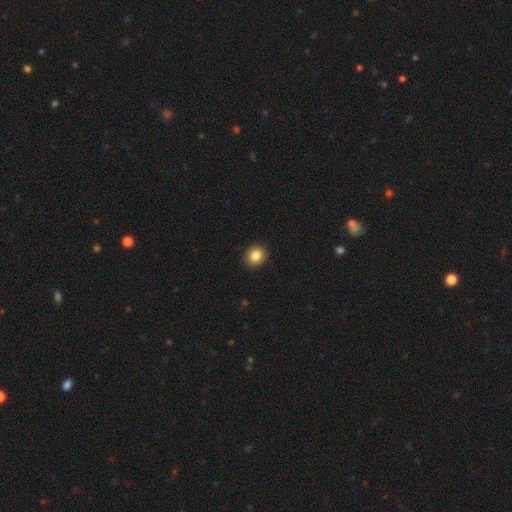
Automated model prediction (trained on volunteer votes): Smooth or featured? smooth (84%)
How rounded? round (78%)
Merging? none (92%)